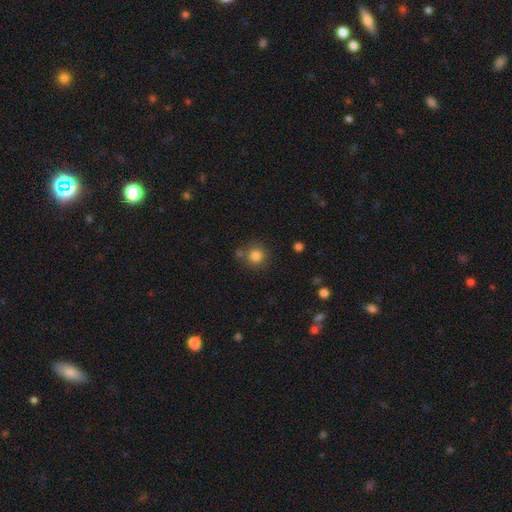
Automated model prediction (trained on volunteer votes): Morphology: type=smooth (83%); roundness=round (93%); merging=none (74%).